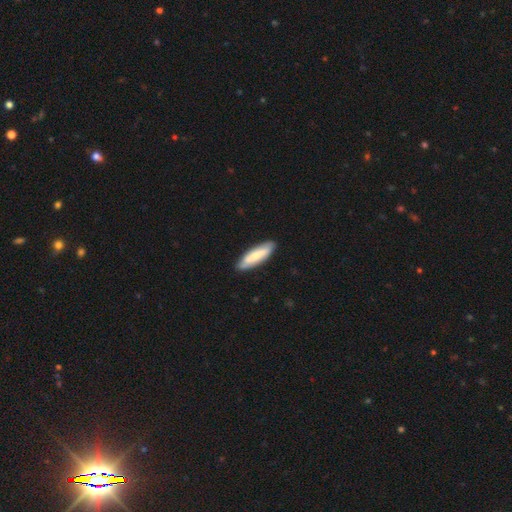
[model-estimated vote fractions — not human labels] A smooth galaxy with no disk features (67%) that is cigar-shaped (60%).

Vote fractions:
- Smooth or featured? smooth: 67% / featured or disk: 28% / star or artifact: 5%
- How rounded? cigar-shaped: 60% / in between: 39% / round: 1%
- Merging? none: 84% / minor disturbance: 12% / major disturbance: 2% / merger: 1%